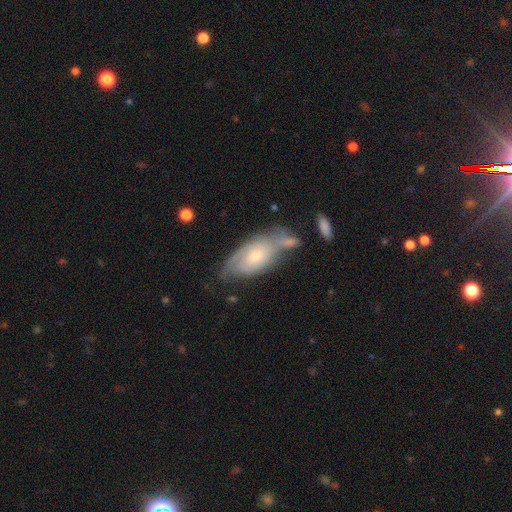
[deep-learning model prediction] Smooth or featured?
  - featured or disk: 64% *
  - smooth: 30%
  - star or artifact: 6%
Edge-on disk?
  - no: 90% *
  - yes: 10%
Bar?
  - no: 73% *
  - weak: 23%
  - strong: 4%
Spiral arms?
  - yes: 78% *
  - no: 22%
Bulge size?
  - moderate: 48% * (tied)
  - small: 48% * (tied)
  - large: 2%
  - none: 1%
  - dominant: 1%
Merging?
  - none: 45% *
  - minor disturbance: 22%
  - merger: 22%
  - major disturbance: 11%